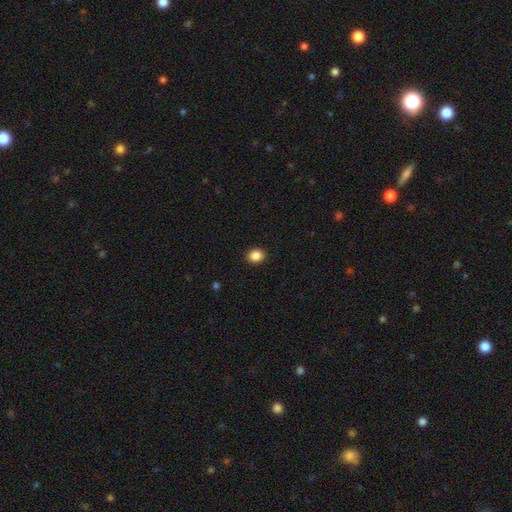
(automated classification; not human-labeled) Smooth or featured? Predicted: smooth (p=0.87). How rounded? Predicted: round (p=0.60). Merging? Predicted: none (p=0.92).